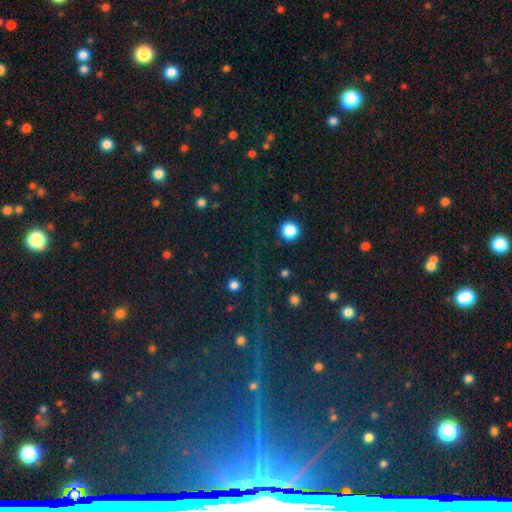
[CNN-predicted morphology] Smooth or featured: star or artifact — 76% (featured or disk — 12%)